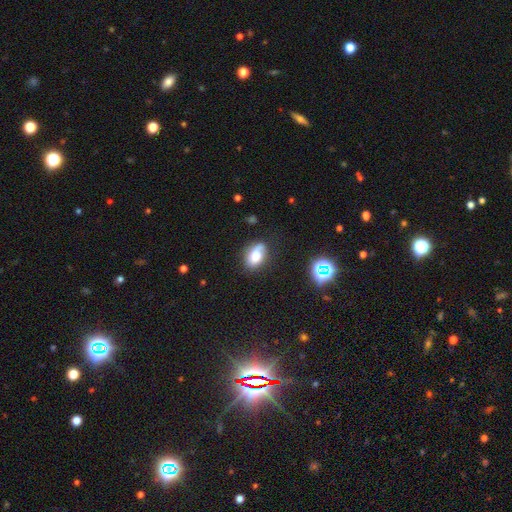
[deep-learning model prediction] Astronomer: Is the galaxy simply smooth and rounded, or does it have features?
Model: smooth — 64%.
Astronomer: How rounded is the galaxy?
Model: in between — 86%.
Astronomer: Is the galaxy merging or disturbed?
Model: none — 61%.